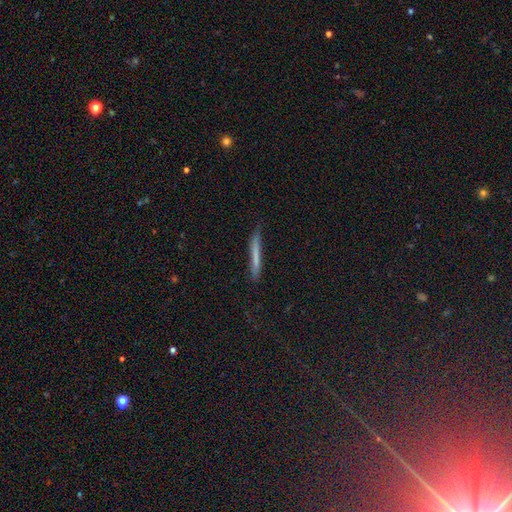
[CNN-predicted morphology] This is likely a smooth galaxy (65%). How rounded: clearly cigar-shaped (96%). Merging: likely none (77%).